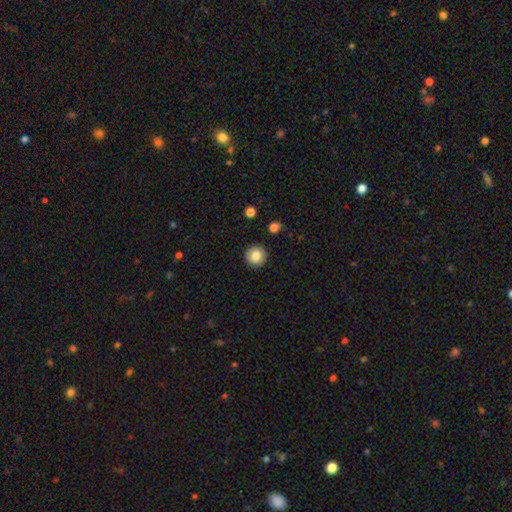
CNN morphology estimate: A smooth galaxy with no disk features (84%) that is round (95%).

Vote fractions:
- Smooth or featured? smooth: 84% / star or artifact: 9% / featured or disk: 7%
- How rounded? round: 95% / in between: 4% / cigar-shaped: 1%
- Merging? none: 92% / minor disturbance: 5% / major disturbance: 2% / merger: 1%